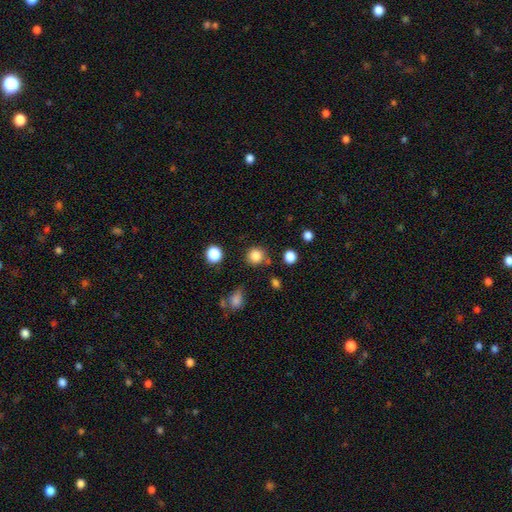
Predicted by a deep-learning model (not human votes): smooth-or-featured: smooth: 84% | star or artifact: 11% | featured or disk: 5%
  how-rounded: round: 91% | in between: 8% | cigar-shaped: 1%
  merging: none: 81% | minor disturbance: 10% | merger: 5% | major disturbance: 4%